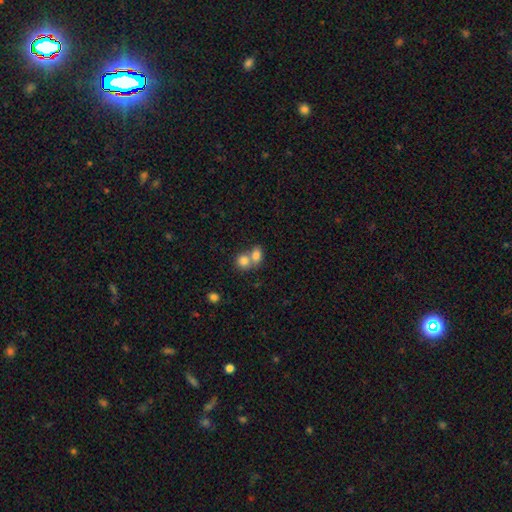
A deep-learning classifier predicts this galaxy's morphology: This appears to be a smooth galaxy with no disk features (81%) that is in between round and cigar-shaped (55%). Merging: merger (64%).